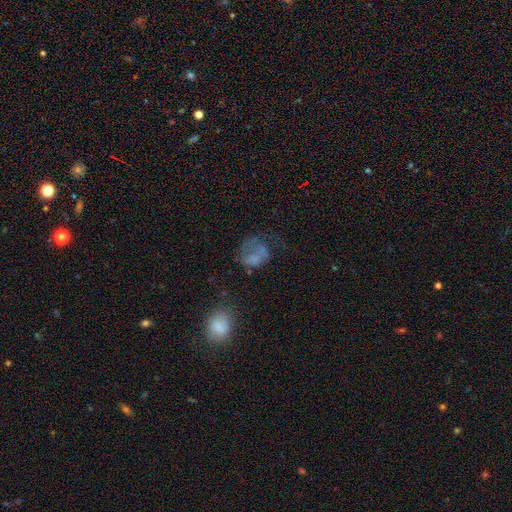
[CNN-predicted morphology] Smooth or featured: smooth — 54% (featured or disk — 29%)
How rounded: round — 51% (in between — 47%)
Merging: major disturbance — 38% (none — 32%)